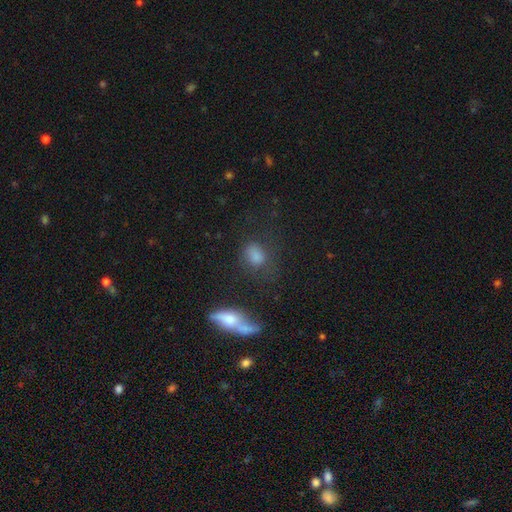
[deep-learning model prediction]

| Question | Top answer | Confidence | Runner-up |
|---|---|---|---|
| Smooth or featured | smooth | 70% | star or artifact (15%) |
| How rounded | in between | 61% | round (33%) |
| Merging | none | 56% | minor disturbance (20%) |